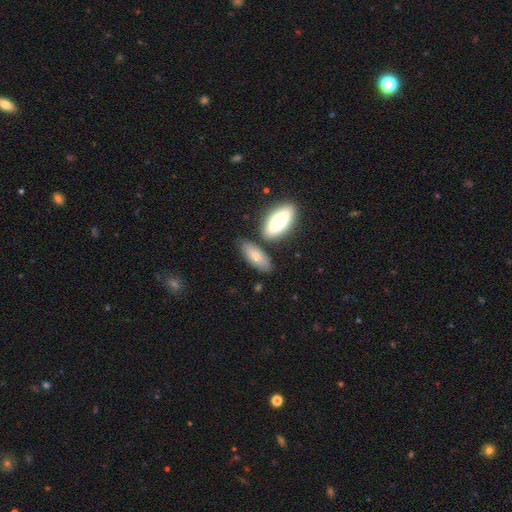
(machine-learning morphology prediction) A smooth galaxy with no disk features (74%) that is in between round and cigar-shaped (79%).

Vote fractions:
- Smooth or featured? smooth: 74% / featured or disk: 20% / star or artifact: 6%
- How rounded? in between: 79% / cigar-shaped: 18% / round: 3%
- Merging? none: 69% / minor disturbance: 15% / merger: 13% / major disturbance: 3%